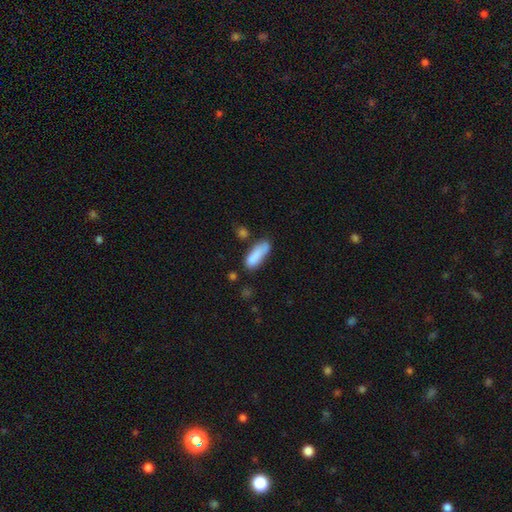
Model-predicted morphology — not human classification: type=smooth (81%); roundness=in between (57%); merging=none (50%).